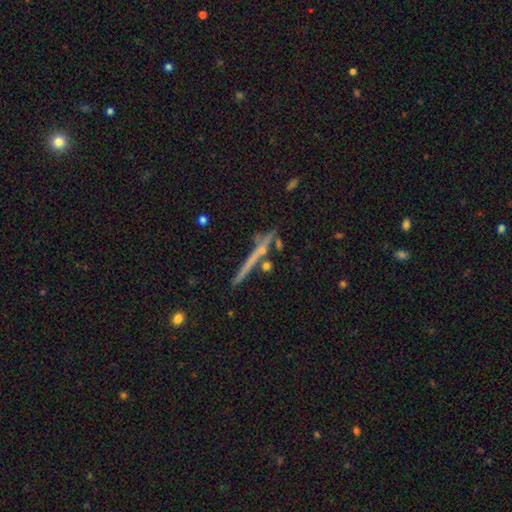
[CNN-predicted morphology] Smooth or featured?
  - featured or disk: 54% *
  - smooth: 36%
  - star or artifact: 10%
Edge-on disk?
  - yes: 95% *
  - no: 5%
Edge-on bulge?
  - none: 80% *
  - rounded: 16%
  - boxy: 5%
Merging?
  - none: 78% *
  - minor disturbance: 11%
  - merger: 8%
  - major disturbance: 3%